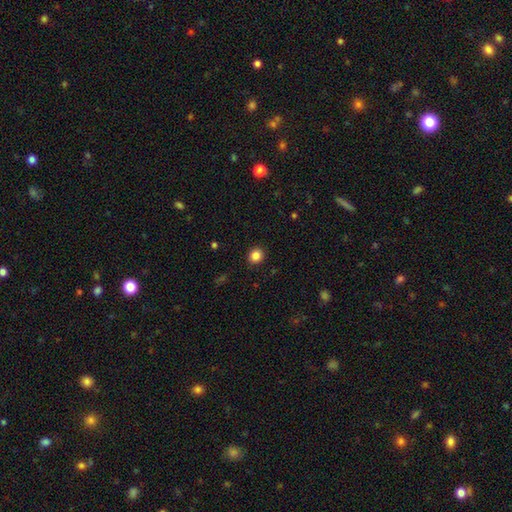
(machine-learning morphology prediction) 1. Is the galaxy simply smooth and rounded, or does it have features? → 86% smooth, 11% star or artifact, 4% featured or disk.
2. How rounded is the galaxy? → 83% round, 16% in between, 1% cigar-shaped.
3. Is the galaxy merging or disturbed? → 91% none, 6% minor disturbance, 2% major disturbance, 1% merger.